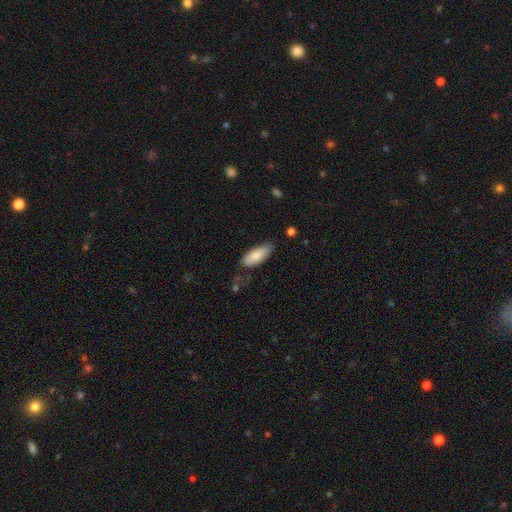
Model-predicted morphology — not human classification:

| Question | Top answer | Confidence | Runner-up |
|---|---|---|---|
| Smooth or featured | smooth | 83% | featured or disk (11%) |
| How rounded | in between | 77% | cigar-shaped (21%) |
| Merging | none | 68% | minor disturbance (25%) |